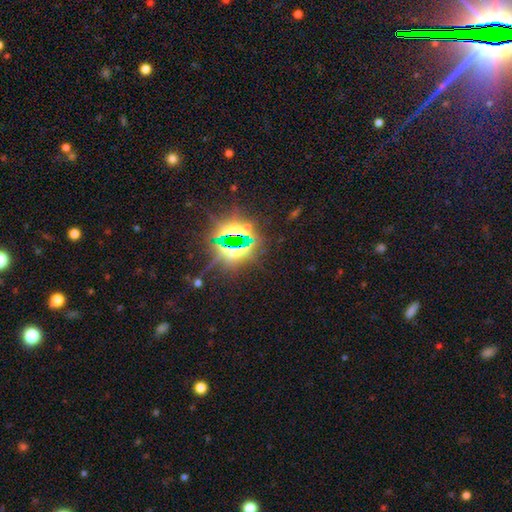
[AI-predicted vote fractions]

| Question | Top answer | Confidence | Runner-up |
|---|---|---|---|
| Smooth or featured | star or artifact | 75% | smooth (15%) |